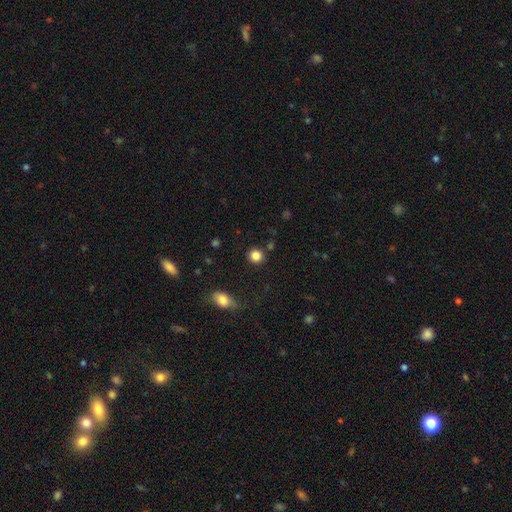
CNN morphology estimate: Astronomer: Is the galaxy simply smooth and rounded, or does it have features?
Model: smooth — 85%.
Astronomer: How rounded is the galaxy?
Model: round — 90%.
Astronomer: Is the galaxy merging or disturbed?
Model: none — 88%.